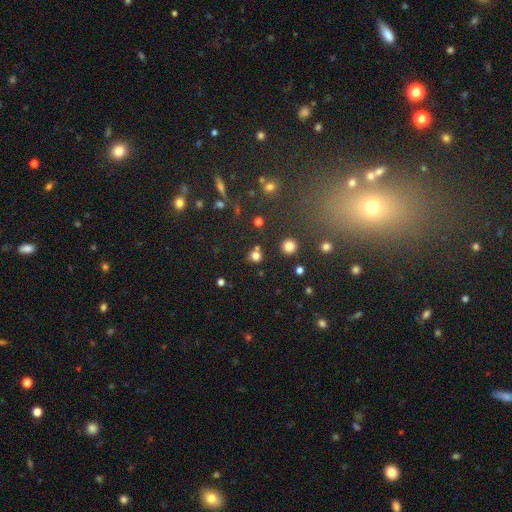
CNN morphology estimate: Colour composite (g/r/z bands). It shows a smooth galaxy with no disk features (74%) that is round (89%). Merging: none (77%).